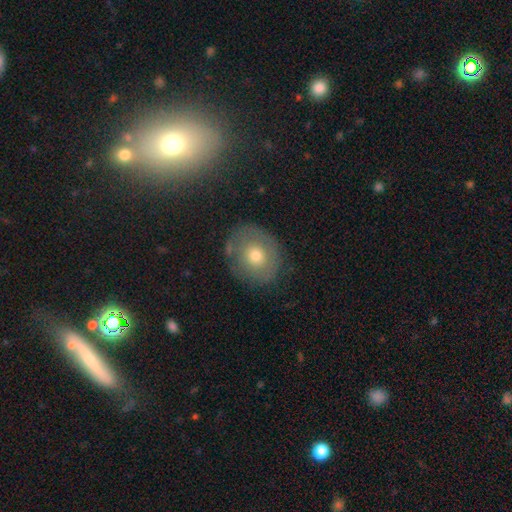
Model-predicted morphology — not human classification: Smooth or featured: smooth — 61% (featured or disk — 29%)
How rounded: round — 72% (in between — 27%)
Merging: none — 76% (minor disturbance — 16%)